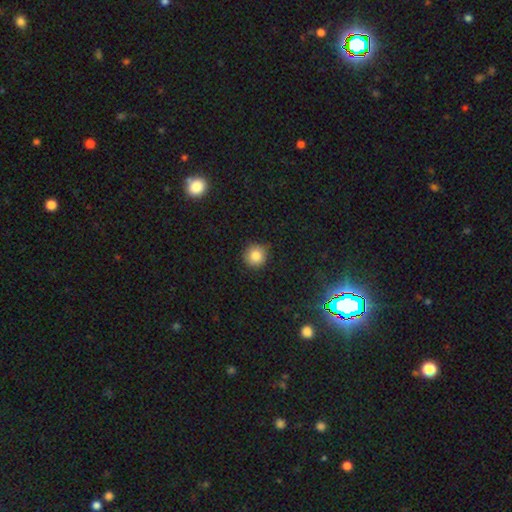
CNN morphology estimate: type=smooth (84%); roundness=round (94%); merging=none (87%).